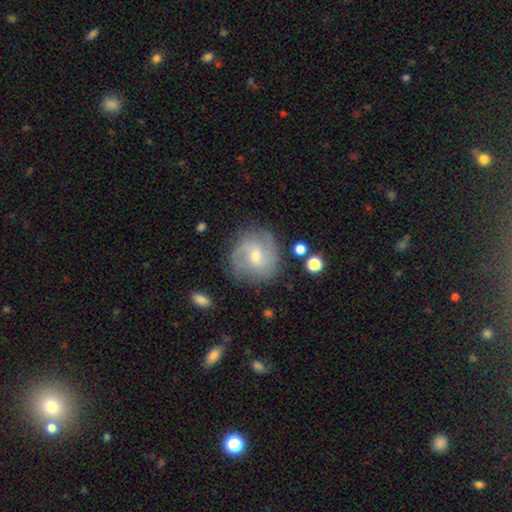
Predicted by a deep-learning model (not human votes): Smooth or featured? Predicted: featured or disk (p=0.74). Edge-on disk? Predicted: no (p=0.97). Bar? Predicted: no (p=0.51). Spiral arms? Predicted: yes (p=0.91). Spiral winding? Predicted: medium (p=0.44). Spiral arm count? Predicted: 2 (p=0.51). Bulge size? Predicted: small (p=0.54). Merging? Predicted: none (p=0.76).